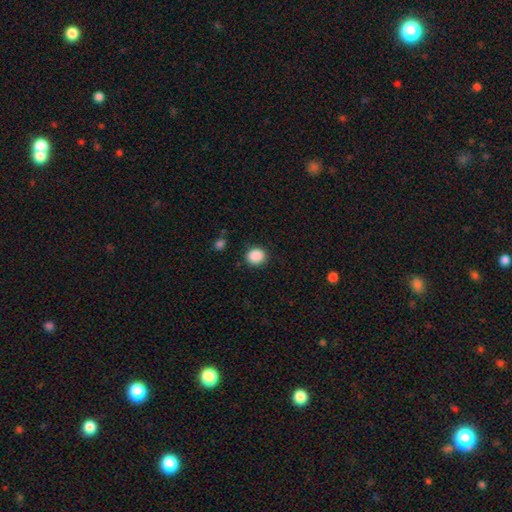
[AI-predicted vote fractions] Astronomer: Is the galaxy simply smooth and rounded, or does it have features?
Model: smooth — 89%.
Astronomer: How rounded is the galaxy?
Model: round — 79%.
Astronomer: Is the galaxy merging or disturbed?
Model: none — 87%.